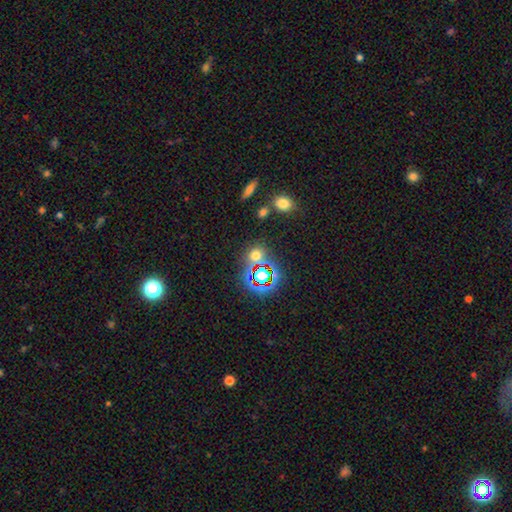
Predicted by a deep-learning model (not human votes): Smooth or featured? Predicted: smooth (p=0.50). How rounded? Predicted: round (p=0.77). Merging? Predicted: none (p=0.74).